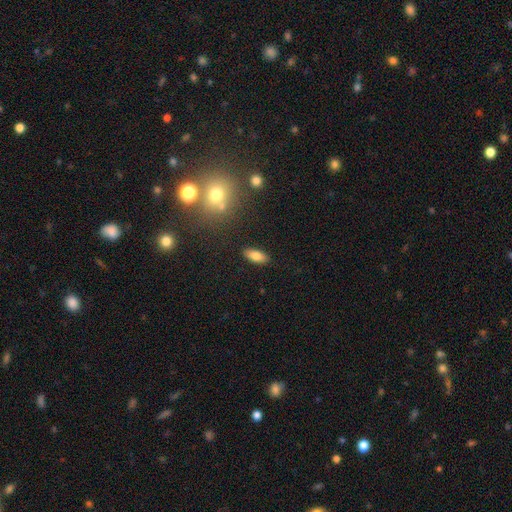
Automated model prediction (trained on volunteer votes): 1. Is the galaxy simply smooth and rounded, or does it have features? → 79% smooth, 12% featured or disk, 9% star or artifact.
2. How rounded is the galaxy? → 84% in between, 13% cigar-shaped, 3% round.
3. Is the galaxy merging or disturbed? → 88% none, 8% minor disturbance, 2% major disturbance, 2% merger.